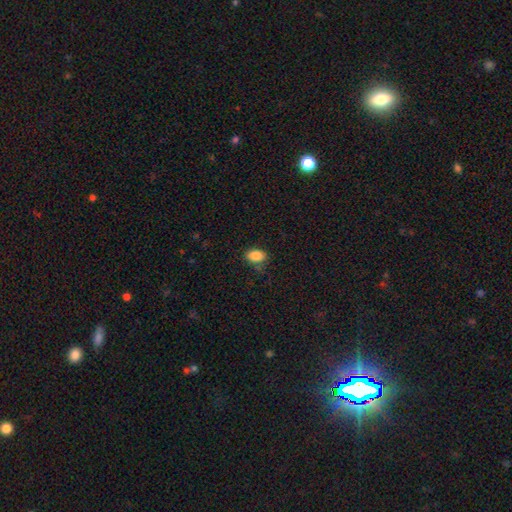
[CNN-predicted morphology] smooth 87%, star or artifact 9%, featured or disk 4%. Down the decision tree: how rounded — in between (82%); merging — none (80%).